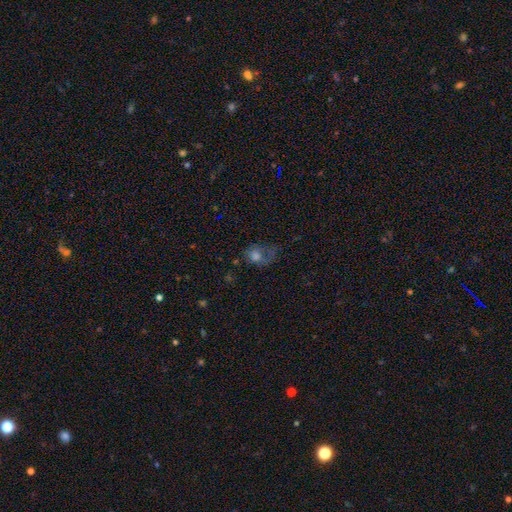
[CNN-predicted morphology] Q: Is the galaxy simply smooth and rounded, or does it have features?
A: smooth — 57%.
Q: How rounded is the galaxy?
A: in between — 53%.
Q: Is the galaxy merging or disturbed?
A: major disturbance — 43%.